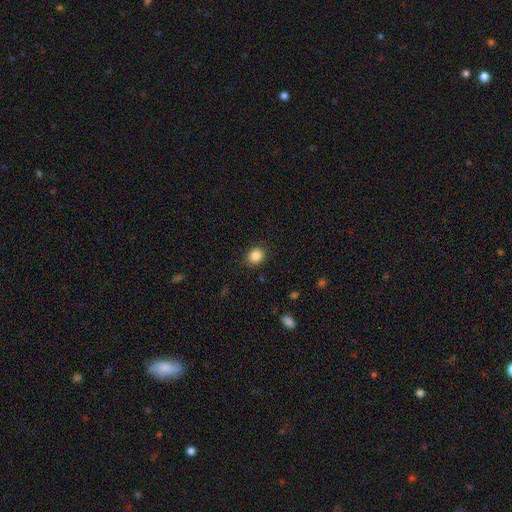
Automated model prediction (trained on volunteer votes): smooth-or-featured: smooth: 86% | star or artifact: 10% | featured or disk: 4%
  how-rounded: round: 66% | in between: 33% | cigar-shaped: 1%
  merging: none: 87% | minor disturbance: 9% | major disturbance: 3% | merger: 1%